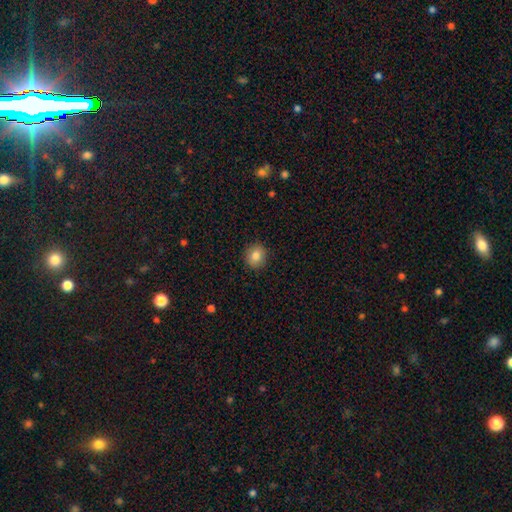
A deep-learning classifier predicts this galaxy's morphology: The model was most divided on "smooth or featured": smooth: 83%, star or artifact: 9%, featured or disk: 7%. More confident: merging — none (91%); how rounded — round (88%).